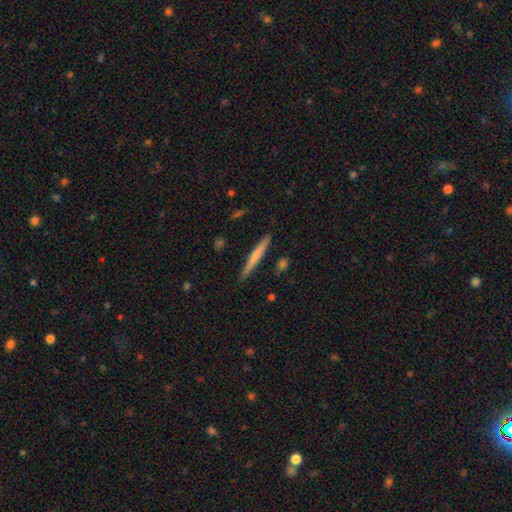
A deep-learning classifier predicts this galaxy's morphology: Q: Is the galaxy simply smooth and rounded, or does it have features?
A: smooth — 61%.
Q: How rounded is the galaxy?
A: cigar-shaped — 96%.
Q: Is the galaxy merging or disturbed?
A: none — 89%.